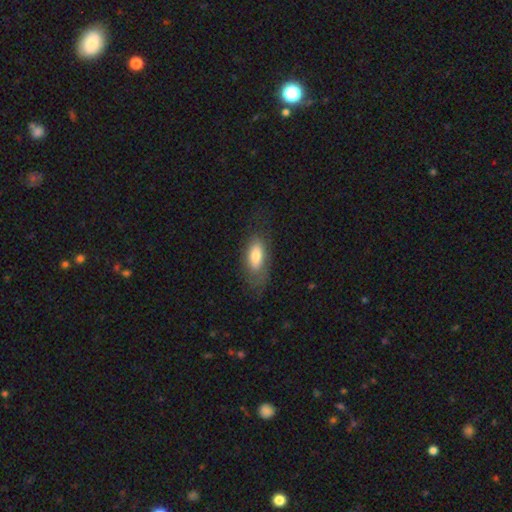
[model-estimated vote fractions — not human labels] Morphology: type=smooth (71%); roundness=in between (86%); merging=none (63%).